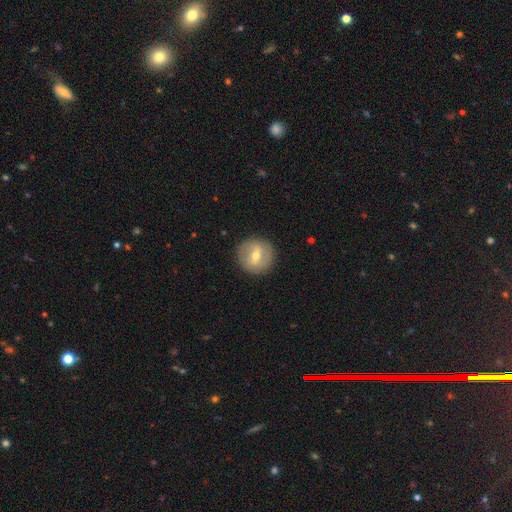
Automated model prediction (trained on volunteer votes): Smooth or featured: featured or disk — 52% (smooth — 40%)
Edge-on disk: no — 94% (yes — 6%)
Merging: none — 89% (minor disturbance — 8%)